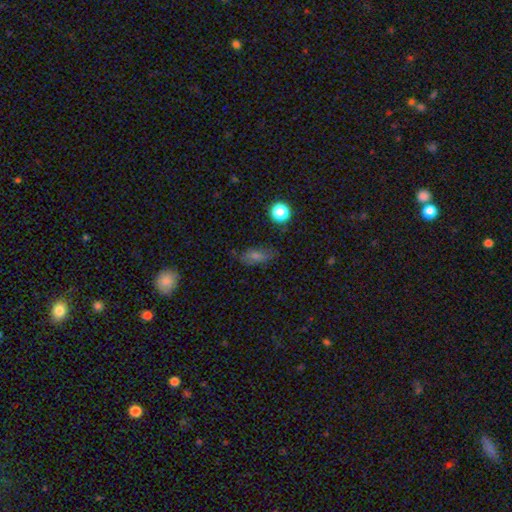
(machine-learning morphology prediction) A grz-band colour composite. It shows a smooth galaxy with no disk features (63%) that is in between round and cigar-shaped (74%). Merging: none (76%).